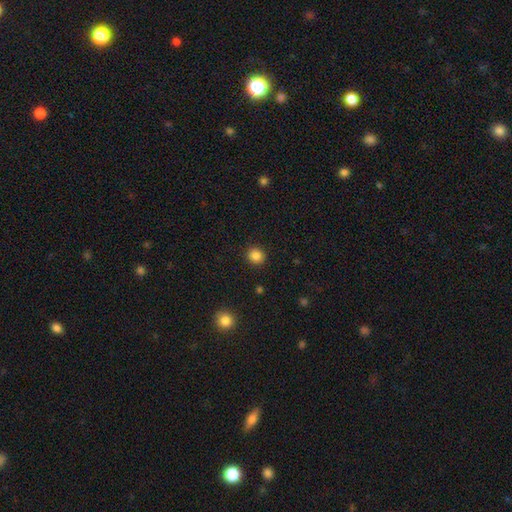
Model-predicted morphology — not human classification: A smooth galaxy with no disk features (85%) that is round (82%). Merging: none (91%).